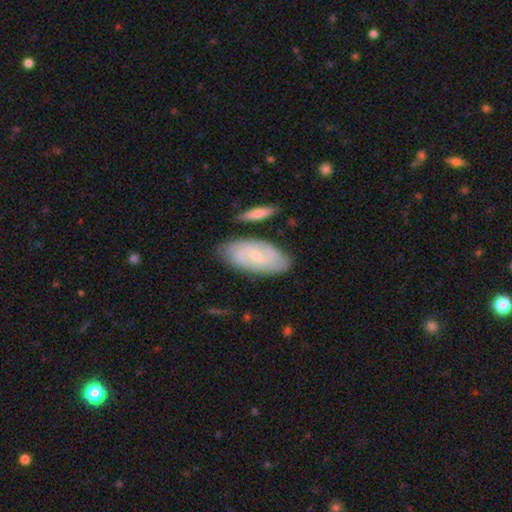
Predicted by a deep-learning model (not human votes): A featured or disk galaxy (68%) with no bar (58%), 2 (60%) tight (53%) spiral arms (90%) and a small central bulge (70%).

Vote fractions:
- Smooth or featured? featured or disk: 68% / smooth: 26% / star or artifact: 6%
- Edge-on disk? no: 93% / yes: 7%
- Bar? no: 58% / weak: 36% / strong: 6%
- Spiral arms? yes: 90% / no: 10%
- Spiral winding? tight: 53% / medium: 36% / loose: 11%
- Spiral arm count? 2: 60% / can't tell: 24% / 3: 8% / 4: 3% / 1: 2% / more than 4: 2%
- Bulge size? small: 70% / moderate: 25% / none: 3% / large: 1% / dominant: 1%
- Merging? none: 76% / minor disturbance: 15% / merger: 5% / major disturbance: 3%